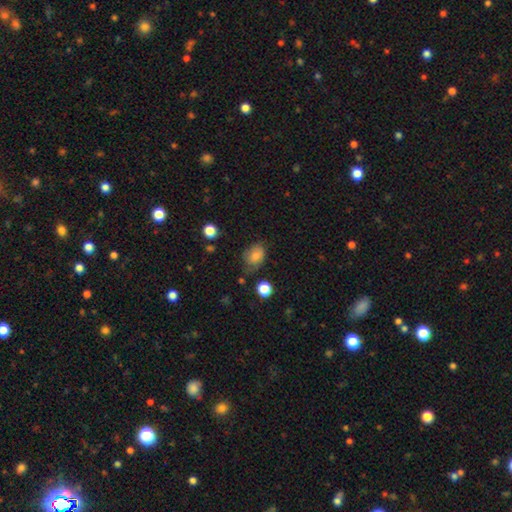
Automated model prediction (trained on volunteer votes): Overall: smooth (77%). How rounded: in between (72%). Merging: none (62%; minor disturbance 27%).